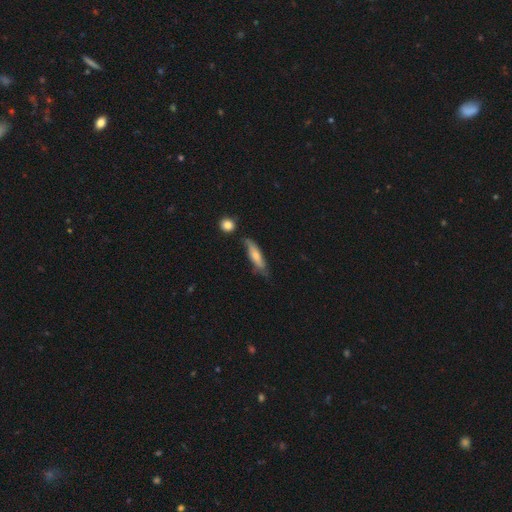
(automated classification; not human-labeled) Smooth or featured? Predicted: smooth (p=0.60). How rounded? Predicted: cigar-shaped (p=0.67). Merging? Predicted: none (p=0.58).